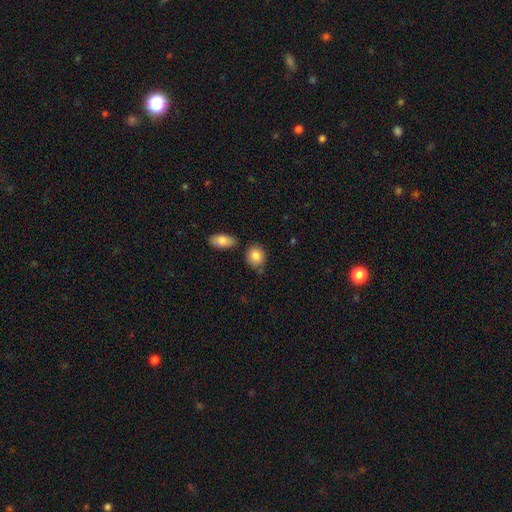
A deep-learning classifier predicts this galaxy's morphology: smooth 86%, star or artifact 7%, featured or disk 7%. Down the decision tree: how rounded — round (52%); merging — none (66%).